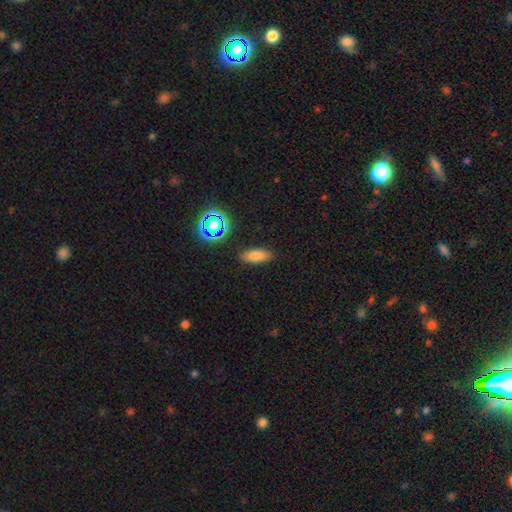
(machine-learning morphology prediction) Smooth or featured? Predicted: smooth (p=0.78). How rounded? Predicted: in between (p=0.73). Merging? Predicted: none (p=0.87).